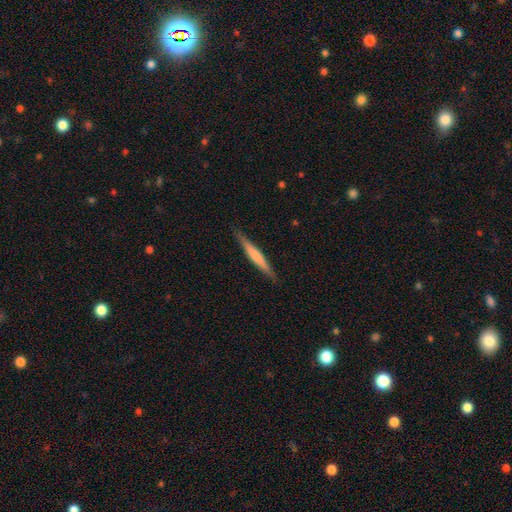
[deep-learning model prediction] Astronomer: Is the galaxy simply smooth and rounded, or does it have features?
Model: smooth — 49% (runner-up: featured or disk, 46%).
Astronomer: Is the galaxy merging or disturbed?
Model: none — 89%.